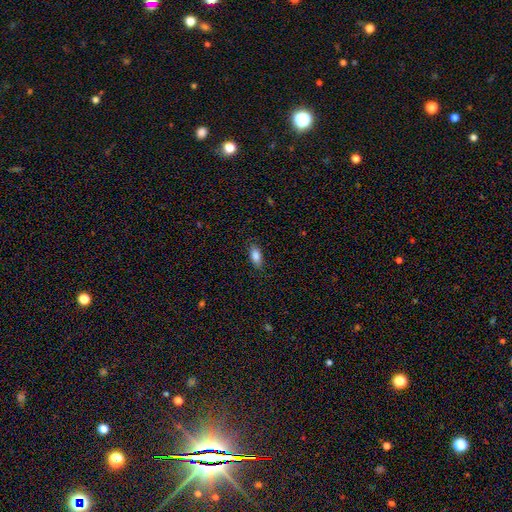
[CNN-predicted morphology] This appears to be a smooth galaxy with no disk features (86%) that is in between round and cigar-shaped (87%). Merging: none (85%).